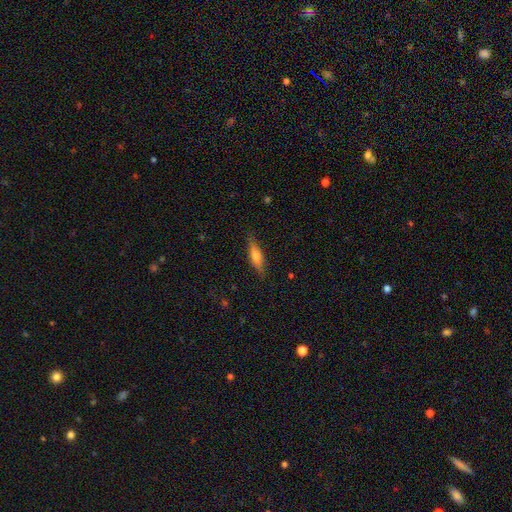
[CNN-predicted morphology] A smooth galaxy with no disk features (53%) that is cigar-shaped (61%).

Vote fractions:
- Smooth or featured? smooth: 53% / featured or disk: 40% / star or artifact: 7%
- How rounded? cigar-shaped: 61% / in between: 37% / round: 2%
- Merging? none: 82% / minor disturbance: 13% / major disturbance: 3% / merger: 1%